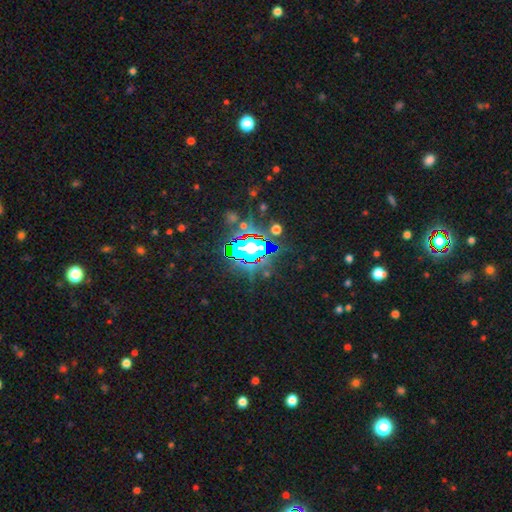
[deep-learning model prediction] Smooth or featured? star or artifact (82%)